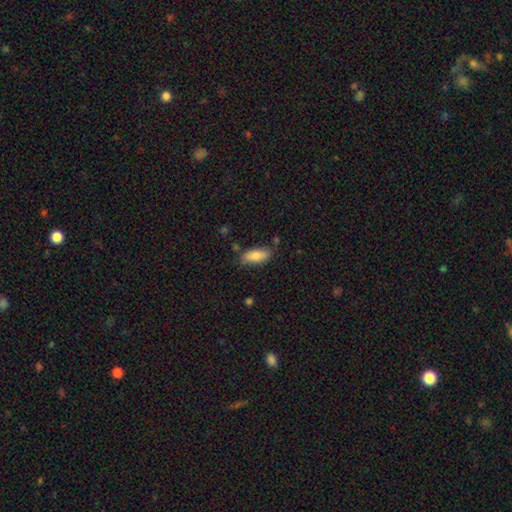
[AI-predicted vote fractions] Overall: smooth (83%). How rounded: in between (79%). Merging: none (78%).